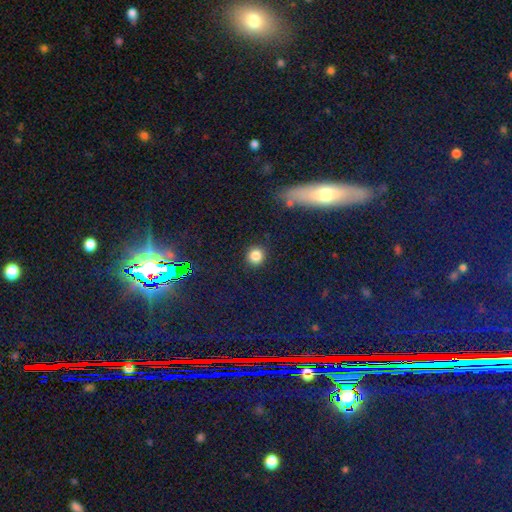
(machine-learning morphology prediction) Smooth or featured? Predicted: smooth (p=0.83). How rounded? Predicted: round (p=0.92). Merging? Predicted: none (p=0.90).